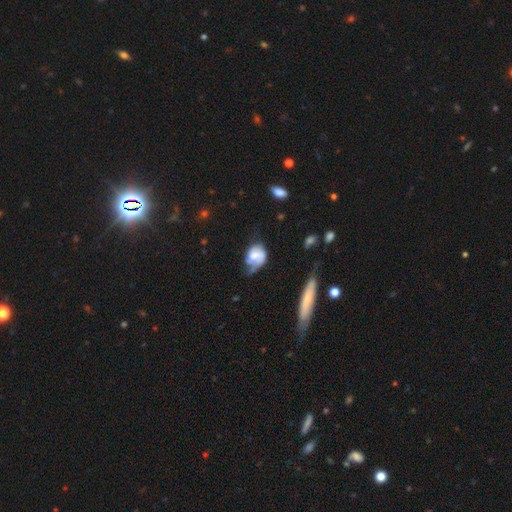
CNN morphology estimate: Smooth or featured: smooth — 51% (featured or disk — 42%)
How rounded: in between — 62% (round — 37%)
Merging: minor disturbance — 33% (none — 32%)